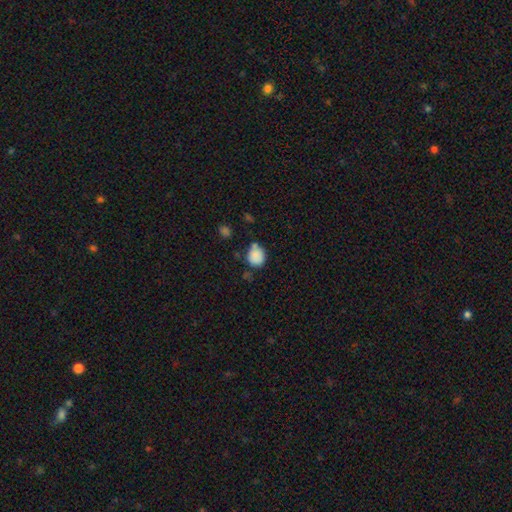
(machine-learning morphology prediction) type=smooth (85%); roundness=round (73%); merging=none (58%).